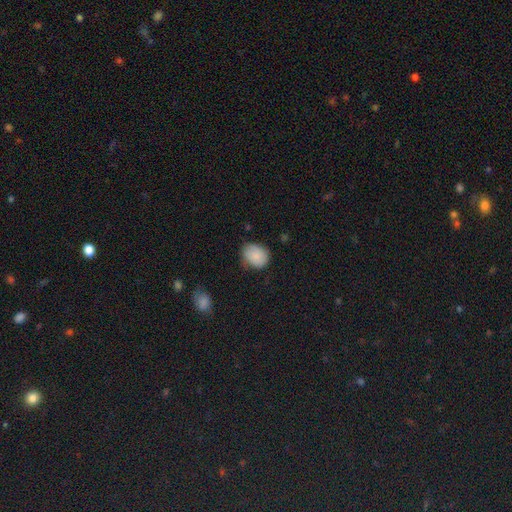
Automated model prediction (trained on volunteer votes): The model was most divided on "how rounded": round: 56%, in between: 43%, cigar-shaped: 1%. More confident: smooth or featured — smooth (86%); merging — none (65%).